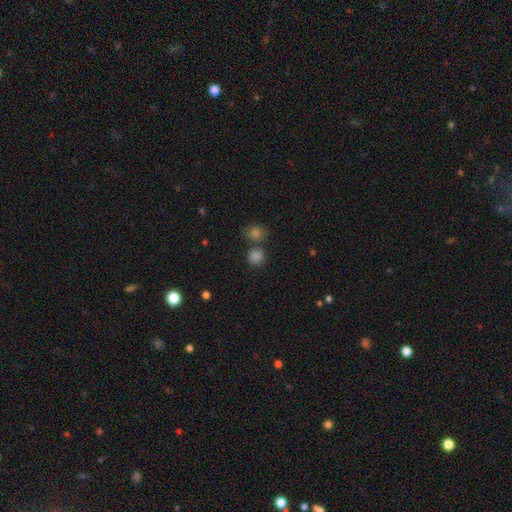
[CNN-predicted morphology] type=smooth (74%); roundness=round (88%); merging=none (69%).